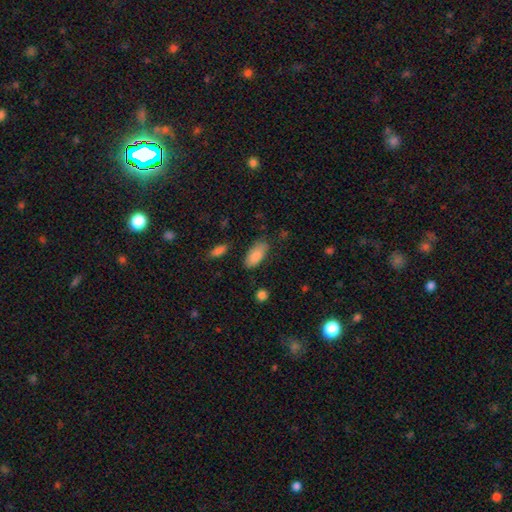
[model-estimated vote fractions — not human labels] Smooth or featured?
  - smooth: 86% *
  - featured or disk: 7%
  - star or artifact: 6%
How rounded?
  - in between: 89% *
  - cigar-shaped: 9%
  - round: 2%
Merging?
  - none: 76% *
  - minor disturbance: 18%
  - major disturbance: 4%
  - merger: 2%